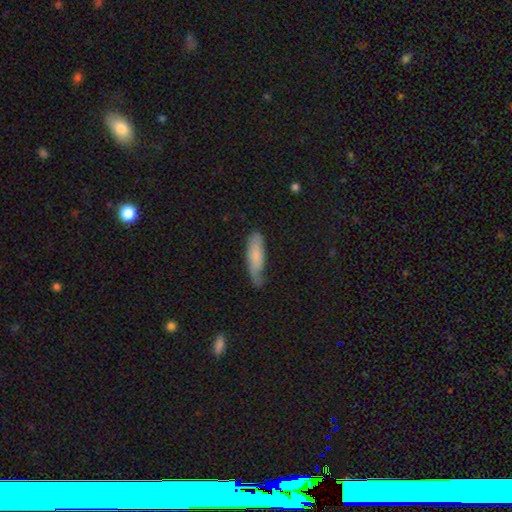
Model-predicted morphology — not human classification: Smooth or featured? Predicted: smooth (p=0.74). How rounded? Predicted: cigar-shaped (p=0.58). Merging? Predicted: none (p=0.54).